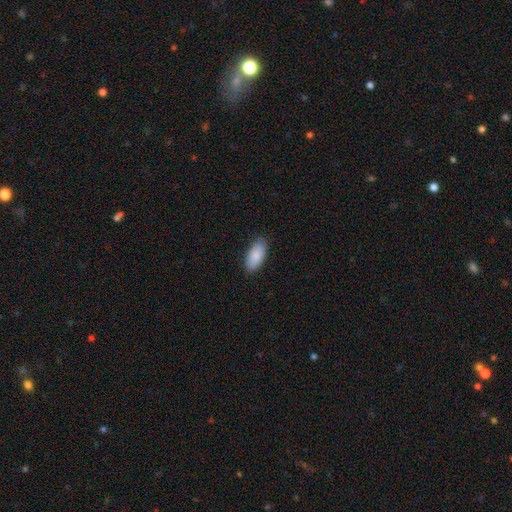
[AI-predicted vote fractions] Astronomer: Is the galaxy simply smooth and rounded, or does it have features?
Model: smooth — 88%.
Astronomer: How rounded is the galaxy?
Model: in between — 92%.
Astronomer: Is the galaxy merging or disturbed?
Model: none — 86%.